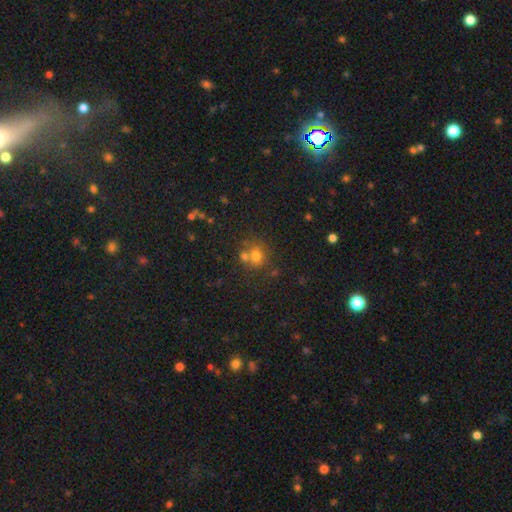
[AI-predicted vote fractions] This is likely a smooth galaxy (69%). How rounded: likely round (79%). Merging: possibly none (54%).